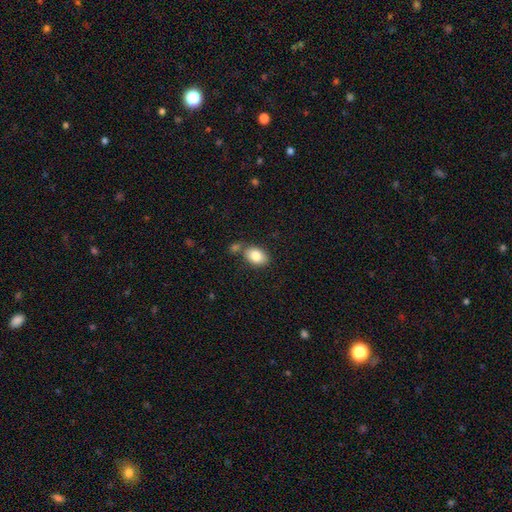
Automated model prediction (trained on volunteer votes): This appears to be a smooth galaxy with no disk features (83%) that is in between round and cigar-shaped (85%). Merging: none (64%).